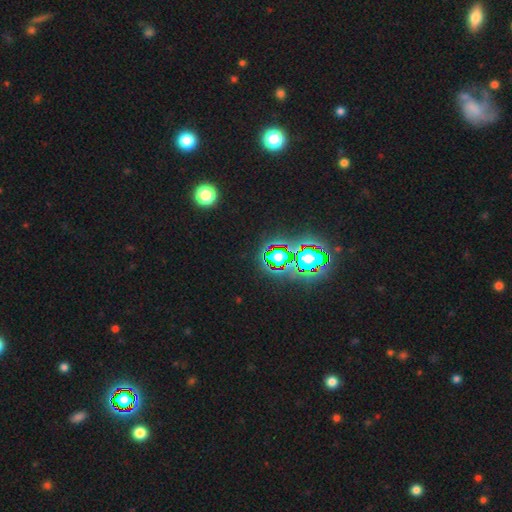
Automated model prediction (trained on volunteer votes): Smooth or featured?
  - star or artifact: 79% *
  - smooth: 13%
  - featured or disk: 7%